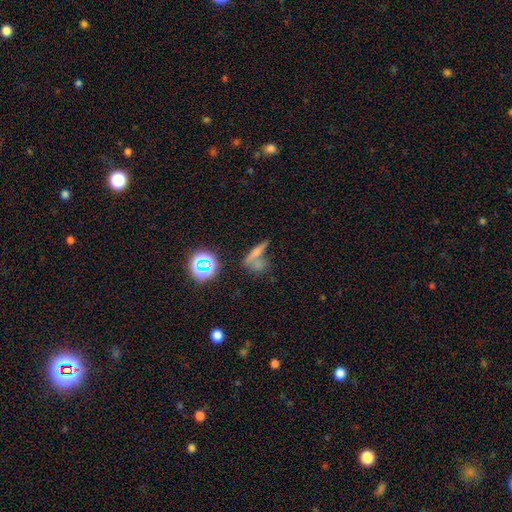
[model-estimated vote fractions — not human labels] Smooth or featured: smooth — 50% (featured or disk — 26%)
How rounded: cigar-shaped — 50% (in between — 27%)
Merging: none — 42% (merger — 35%)